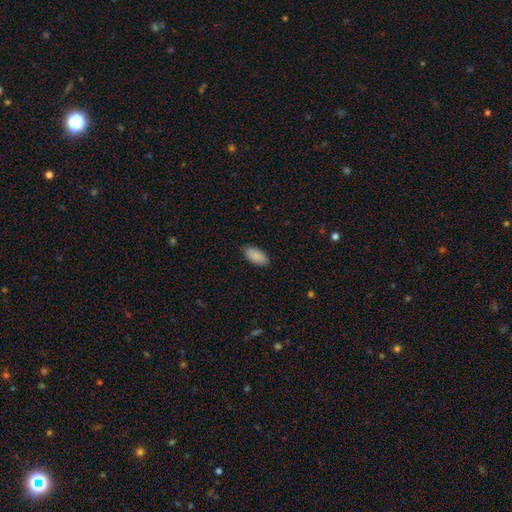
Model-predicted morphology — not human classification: smooth_or_featured: smooth (p=0.89) [alt: star or artifact p=0.06]
how_rounded: in between (p=0.94) [alt: cigar-shaped p=0.04]
merging: none (p=0.88) [alt: minor disturbance p=0.09]